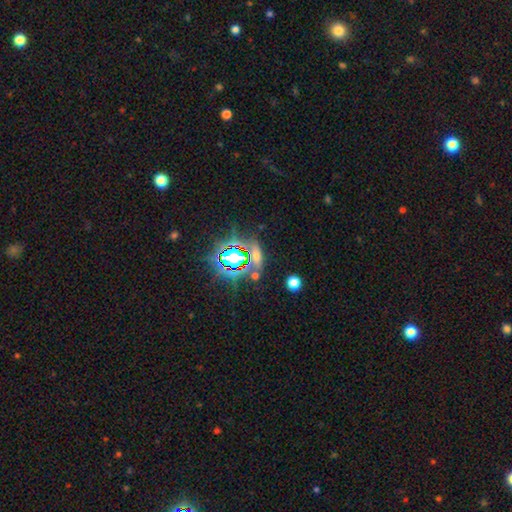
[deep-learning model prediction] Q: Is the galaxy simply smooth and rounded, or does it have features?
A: star or artifact — 52%.